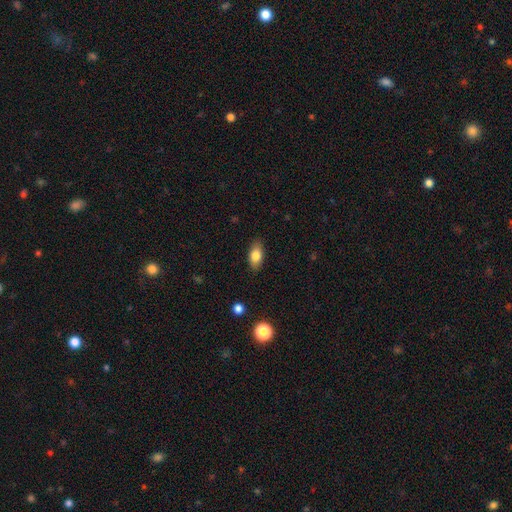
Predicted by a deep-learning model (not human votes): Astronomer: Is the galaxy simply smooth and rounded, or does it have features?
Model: smooth — 81%.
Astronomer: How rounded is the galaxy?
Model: in between — 88%.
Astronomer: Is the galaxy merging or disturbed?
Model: none — 87%.